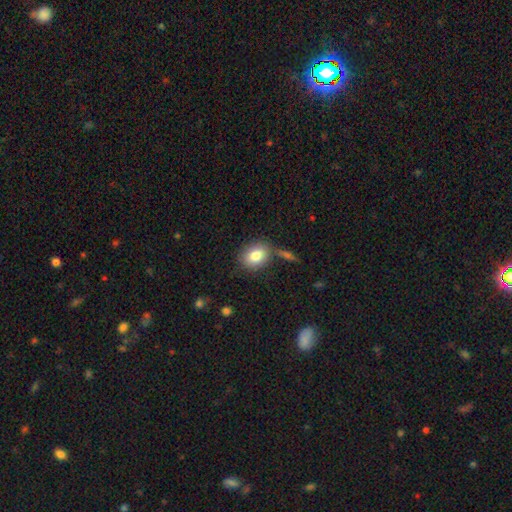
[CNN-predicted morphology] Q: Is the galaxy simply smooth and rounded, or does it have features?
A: smooth — 82%.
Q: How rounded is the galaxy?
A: in between — 60%.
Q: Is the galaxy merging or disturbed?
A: none — 73%.